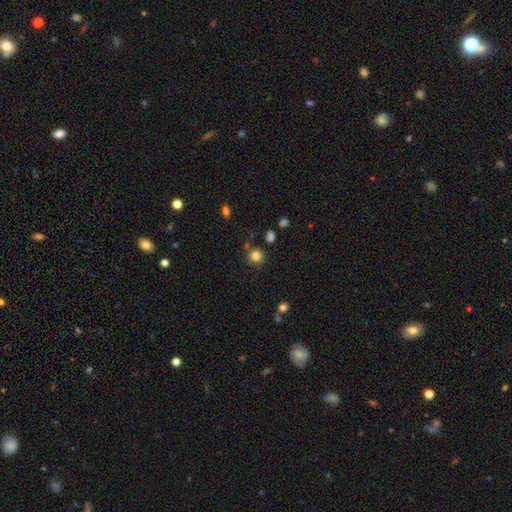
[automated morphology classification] Overall: smooth (83%). How rounded: round (89%). Merging: none (81%).